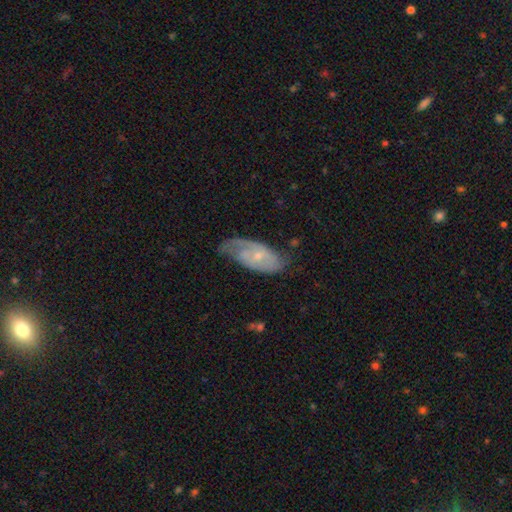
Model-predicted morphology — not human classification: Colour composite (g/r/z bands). It shows a featured or disk galaxy (71%) with no bar (68%), 2 (53%) tight (40%, tied with medium) spiral arms (86%) and a small central bulge (69%). Merging: none (52%).